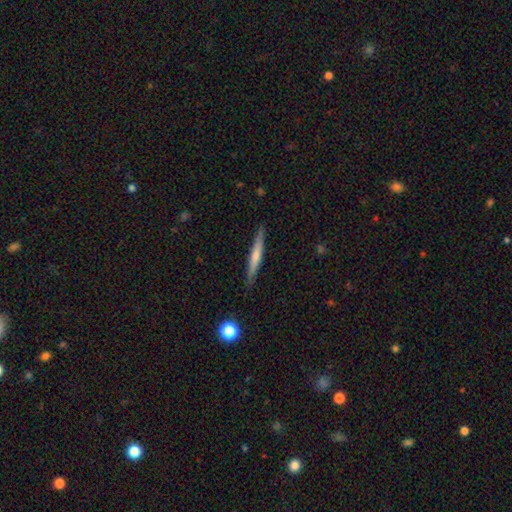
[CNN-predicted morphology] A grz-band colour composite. It shows a smooth galaxy with no disk features (51%) that is cigar-shaped (95%). Merging: none (89%).